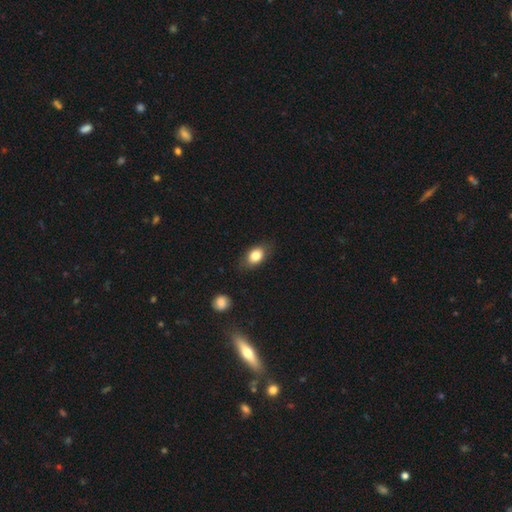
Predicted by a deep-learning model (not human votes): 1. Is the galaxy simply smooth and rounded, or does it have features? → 80% smooth, 11% featured or disk, 8% star or artifact.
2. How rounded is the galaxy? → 80% in between, 17% round, 3% cigar-shaped.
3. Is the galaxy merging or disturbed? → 80% none, 15% minor disturbance, 4% major disturbance, 1% merger.